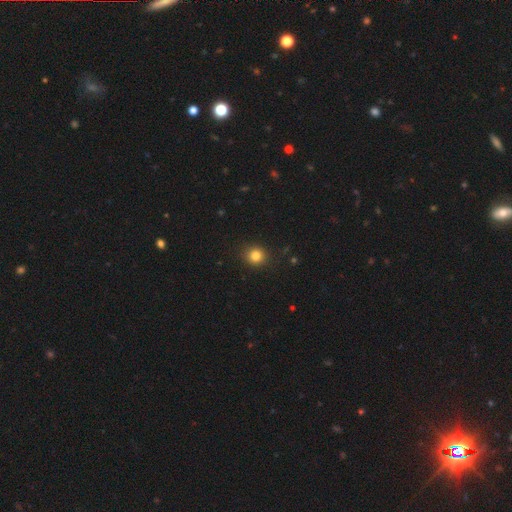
Smooth or featured? 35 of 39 (90%) said smooth. How rounded? 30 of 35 (86%) said round. Merging? 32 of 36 (89%) said none.